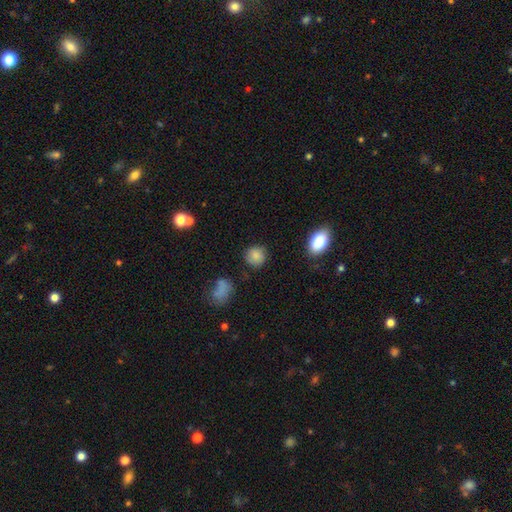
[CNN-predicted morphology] This appears to be a smooth galaxy with no disk features (85%) that is round (85%). Merging: none (82%).